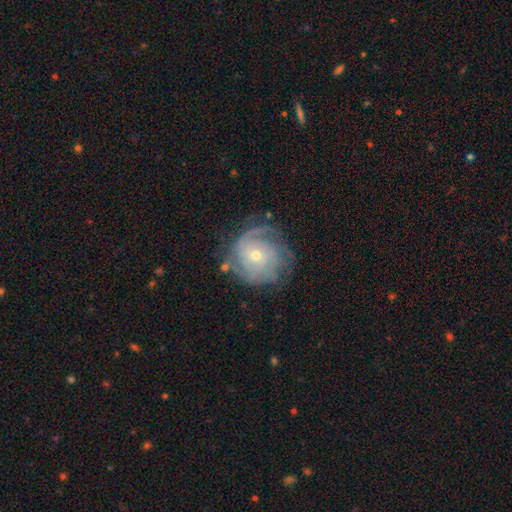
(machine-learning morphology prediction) featured or disk 80%, smooth 13%, star or artifact 7%. Down the decision tree: edge-on disk — no (97%); bar — no (74%); spiral arms — yes (92%); spiral arm count — can't tell (36%); spiral winding — tight (63%); bulge size — small (53%); merging — none (67%).